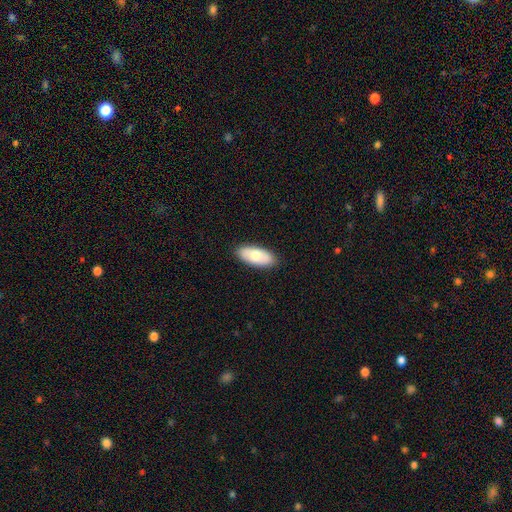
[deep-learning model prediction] Overall: smooth (69%). How rounded: in between (90%). Merging: none (88%).